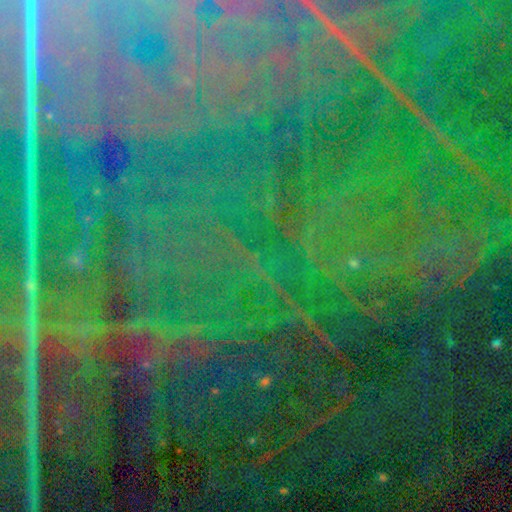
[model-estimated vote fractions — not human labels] A star or artifact, not a galaxy (88%).

Vote fractions:
- Smooth or featured? star or artifact: 88% / featured or disk: 7% / smooth: 5%